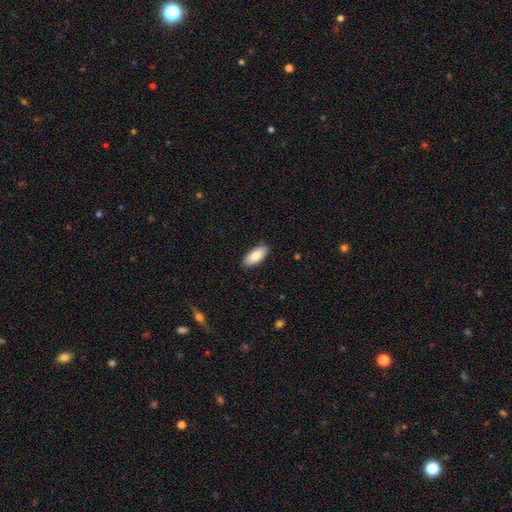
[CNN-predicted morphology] type=smooth (85%); roundness=in between (86%); merging=none (88%).